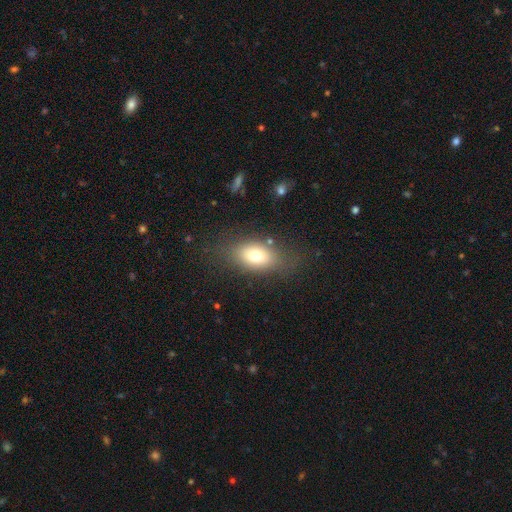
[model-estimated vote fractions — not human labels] smooth 72%, featured or disk 17%, star or artifact 11%. Down the decision tree: how rounded — in between (81%); merging — none (73%).